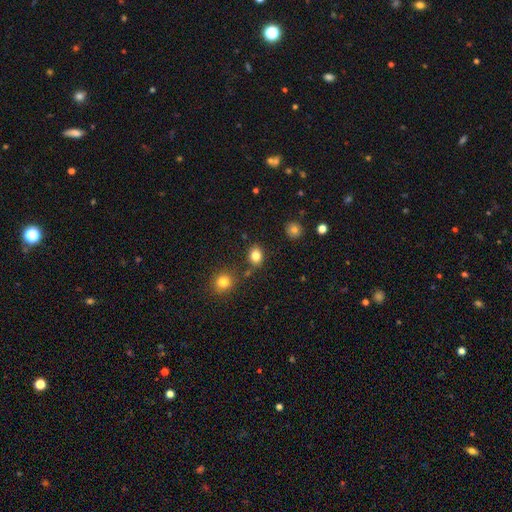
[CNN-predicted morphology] This appears to be a smooth galaxy with no disk features (83%) that is in between round and cigar-shaped (55%). Merging: none (80%).